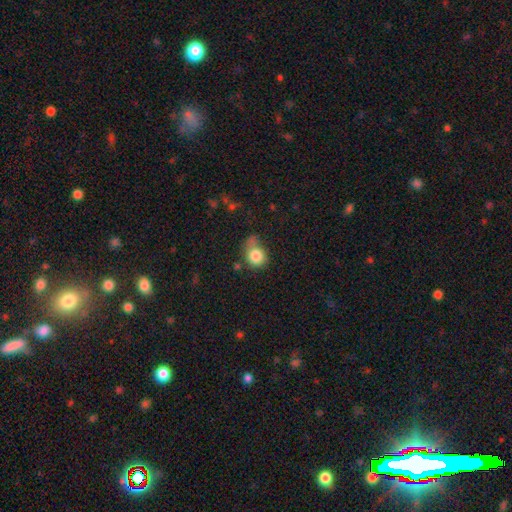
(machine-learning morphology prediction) This is clearly a smooth galaxy (82%). How rounded: likely round (71%). Merging: marginally none (44%).